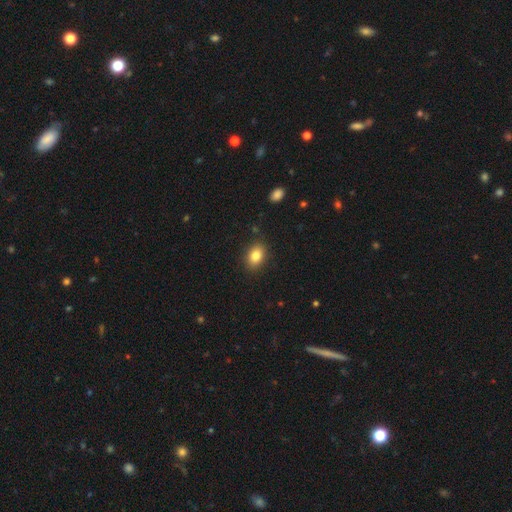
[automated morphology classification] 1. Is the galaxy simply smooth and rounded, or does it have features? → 83% smooth, 9% star or artifact, 8% featured or disk.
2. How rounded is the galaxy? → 79% in between, 19% round, 1% cigar-shaped.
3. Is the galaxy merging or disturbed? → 86% none, 10% minor disturbance, 3% major disturbance, 1% merger.